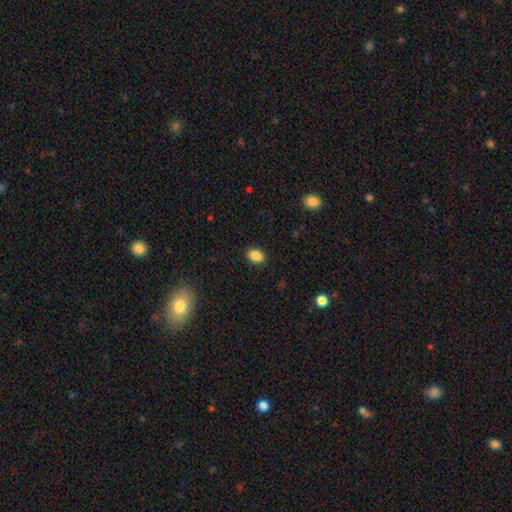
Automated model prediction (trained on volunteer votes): Morphology: type=smooth (87%); roundness=in between (75%); merging=none (89%).